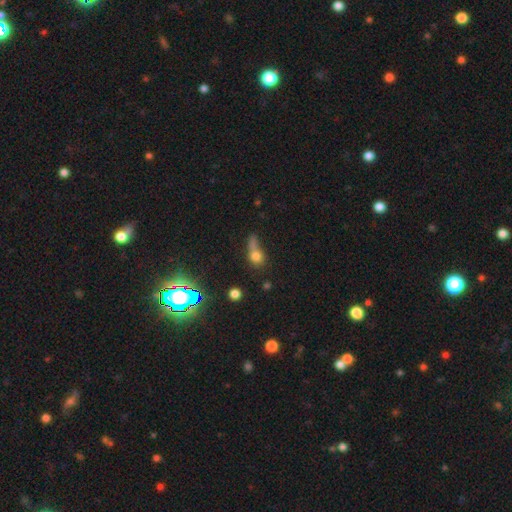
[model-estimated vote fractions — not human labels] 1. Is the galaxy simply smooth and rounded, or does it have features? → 67% smooth, 18% star or artifact, 15% featured or disk.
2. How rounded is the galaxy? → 57% round, 35% in between, 8% cigar-shaped.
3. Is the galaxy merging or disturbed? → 32% none, 28% merger, 22% major disturbance, 18% minor disturbance.